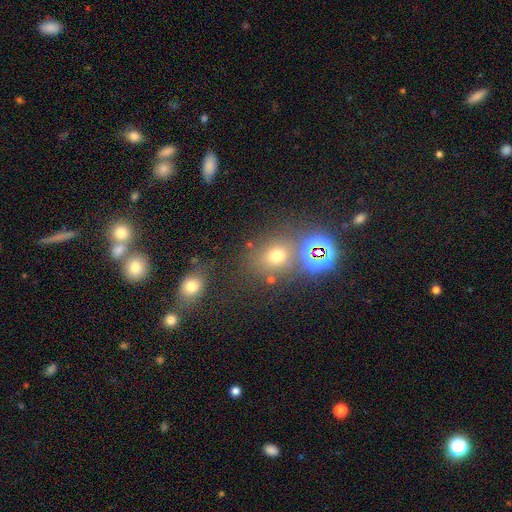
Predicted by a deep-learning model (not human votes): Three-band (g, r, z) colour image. It shows a star or artifact, not a galaxy (52%).